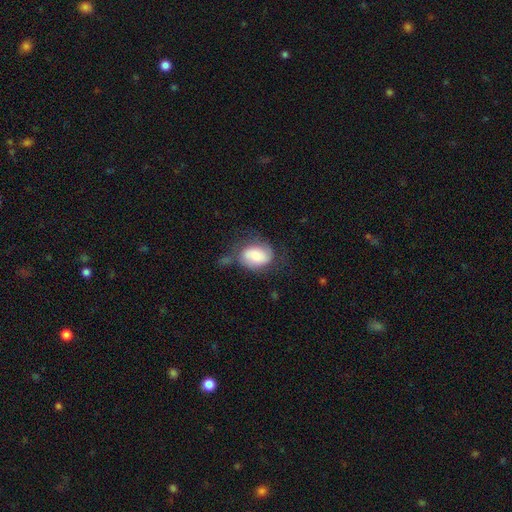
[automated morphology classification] The model was most divided on "merging": none: 39%, minor disturbance: 30%, major disturbance: 23%, merger: 8%. More confident: how rounded — in between (77%); smooth or featured — smooth (67%).